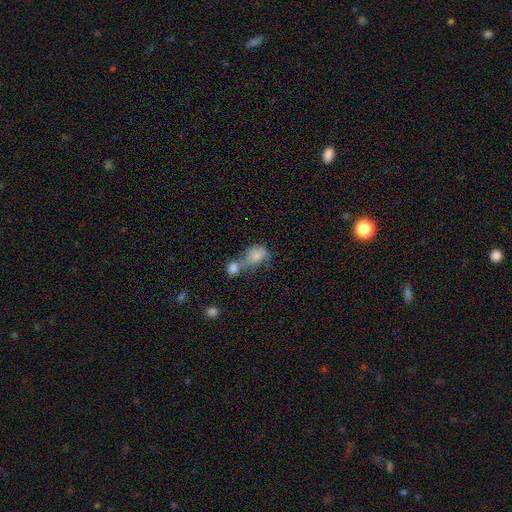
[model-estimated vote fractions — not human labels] This is likely a smooth galaxy (74%). How rounded: likely in between (61%). Merging: likely merger (63%).